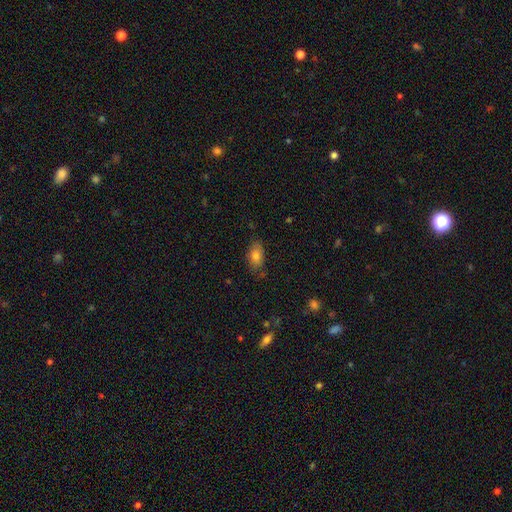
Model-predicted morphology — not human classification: A smooth galaxy with no disk features (79%) that is in between round and cigar-shaped (89%).

Vote fractions:
- Smooth or featured? smooth: 79% / featured or disk: 12% / star or artifact: 9%
- How rounded? in between: 89% / round: 8% / cigar-shaped: 3%
- Merging? none: 75% / minor disturbance: 19% / major disturbance: 4% / merger: 2%